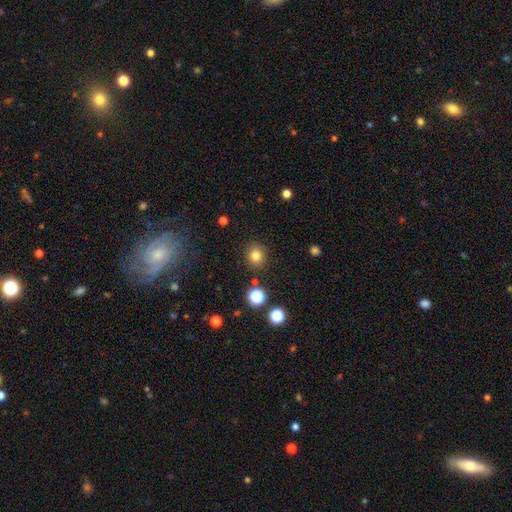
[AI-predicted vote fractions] A smooth galaxy with no disk features (80%) that is round (86%).

Vote fractions:
- Smooth or featured? smooth: 80% / star or artifact: 14% / featured or disk: 6%
- How rounded? round: 86% / in between: 13% / cigar-shaped: 1%
- Merging? none: 88% / minor disturbance: 7% / major disturbance: 2% / merger: 2%